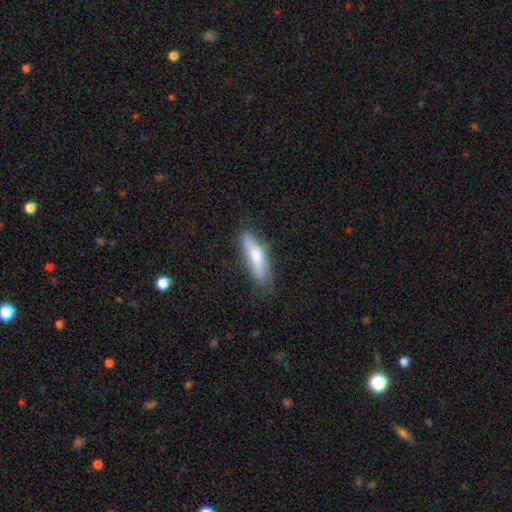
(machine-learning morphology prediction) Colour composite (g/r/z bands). It shows a smooth galaxy with no disk features (66%) that is cigar-shaped (67%). Merging: none (72%).